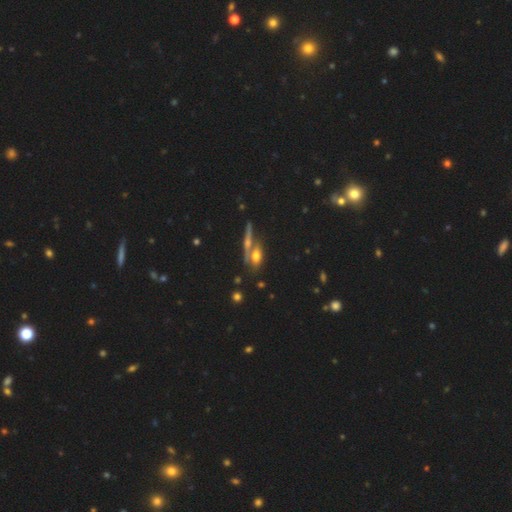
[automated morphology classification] This appears to be a smooth galaxy with no disk features (49%). Merging: none (50%).